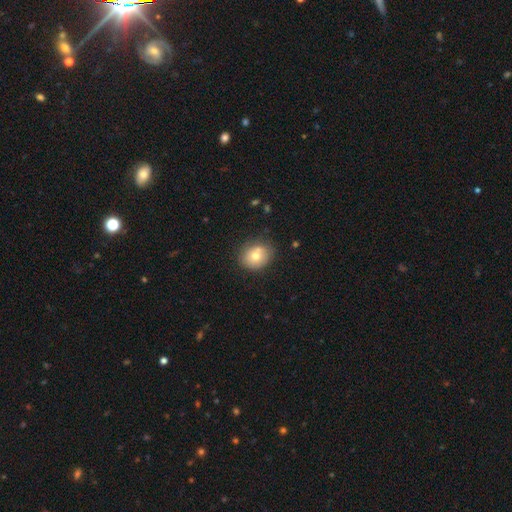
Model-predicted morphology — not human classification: This is likely a smooth galaxy (71%). How rounded: likely round (61%). Merging: likely none (70%).